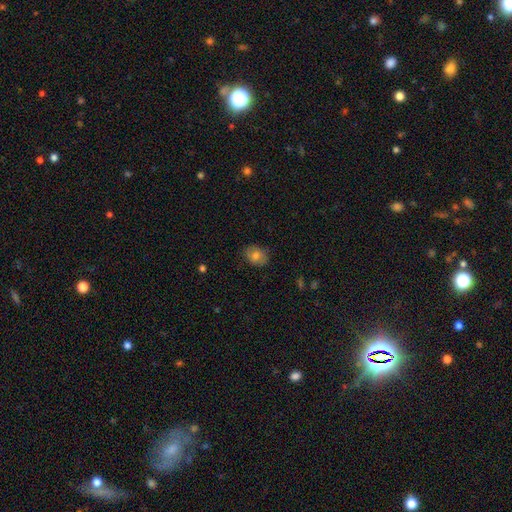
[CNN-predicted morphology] Overall: smooth (75%). How rounded: in between (56%; round 43%). Merging: none (83%).